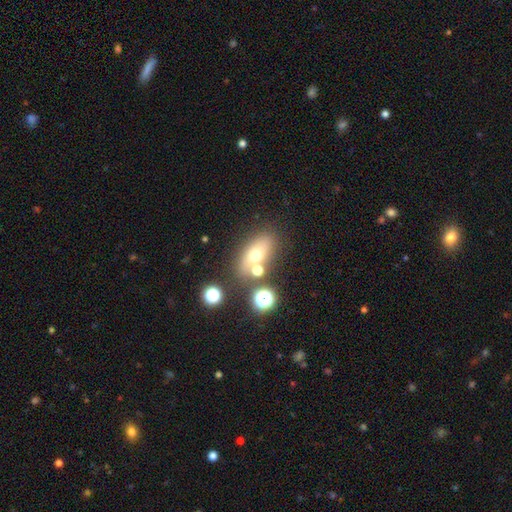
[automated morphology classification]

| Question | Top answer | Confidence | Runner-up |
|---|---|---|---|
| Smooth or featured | smooth | 59% | featured or disk (25%) |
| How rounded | in between | 73% | round (19%) |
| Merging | none | 64% | merger (18%) |